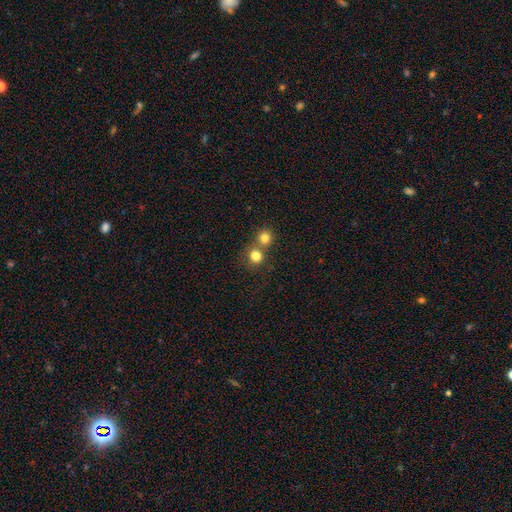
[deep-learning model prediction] This is clearly a smooth galaxy (80%). How rounded: clearly round (89%). Merging: possibly none (53%).